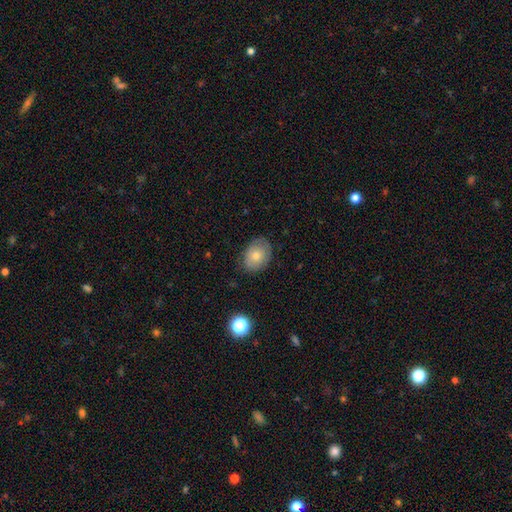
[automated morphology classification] smooth-or-featured: smooth: 67% | featured or disk: 23% | star or artifact: 10%
  how-rounded: in between: 66% | round: 33% | cigar-shaped: 1%
  merging: none: 80% | minor disturbance: 16% | major disturbance: 4% | merger: 1%